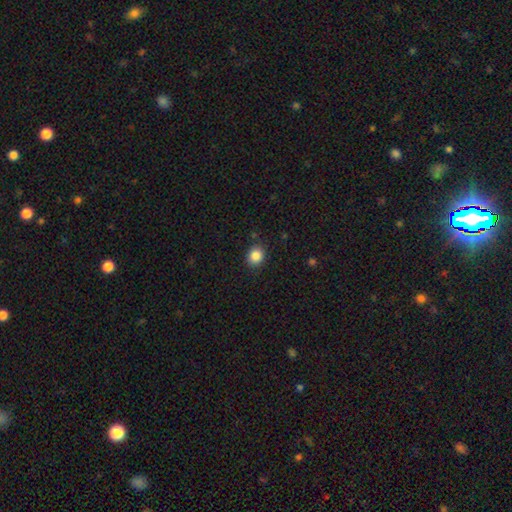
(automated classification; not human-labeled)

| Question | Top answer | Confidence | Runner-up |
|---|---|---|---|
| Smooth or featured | smooth | 86% | star or artifact (10%) |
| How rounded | round | 68% | in between (31%) |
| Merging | none | 87% | minor disturbance (9%) |